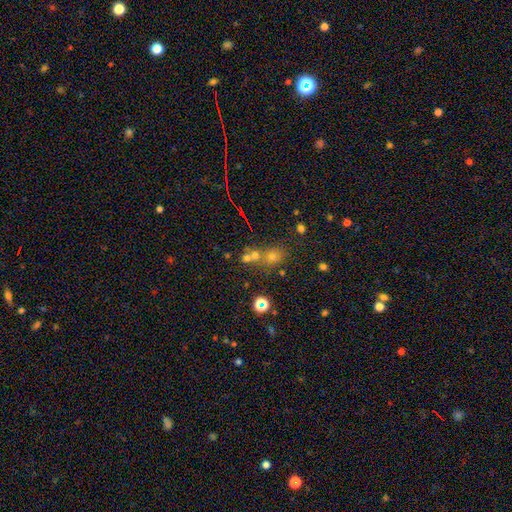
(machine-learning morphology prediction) The model was most divided on "smooth or featured": smooth: 48%, star or artifact: 38%, featured or disk: 14%. More confident: merging — none (53%).